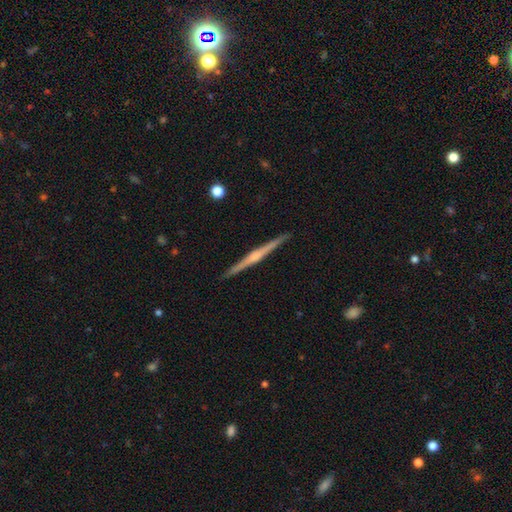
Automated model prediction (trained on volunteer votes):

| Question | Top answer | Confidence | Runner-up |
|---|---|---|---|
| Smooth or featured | featured or disk | 77% | smooth (18%) |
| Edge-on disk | yes | 99% | no (1%) |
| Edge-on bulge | rounded | 66% | none (19%) |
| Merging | none | 92% | minor disturbance (5%) |